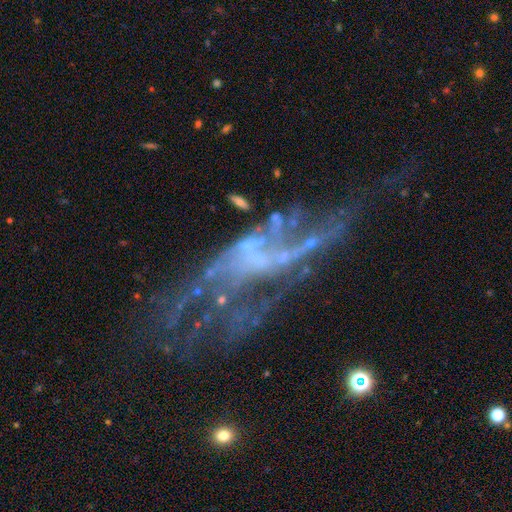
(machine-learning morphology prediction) This is likely a featured or disk galaxy (75%). It is clearly not viewed edge-on (90%). Bar: likely no (69%). Spiral arm pattern: possibly yes (54%). Central bulge: possibly none (57%). Merging: marginally major disturbance (40%).